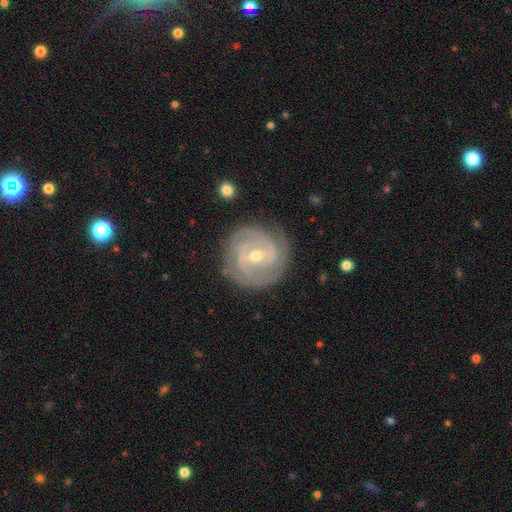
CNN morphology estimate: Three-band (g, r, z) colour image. It shows a featured or disk galaxy (88%) with a weak bar (47%), 2 (36%) tight (71%) spiral arms (97%) and a small central bulge (54%). Merging: none (82%).